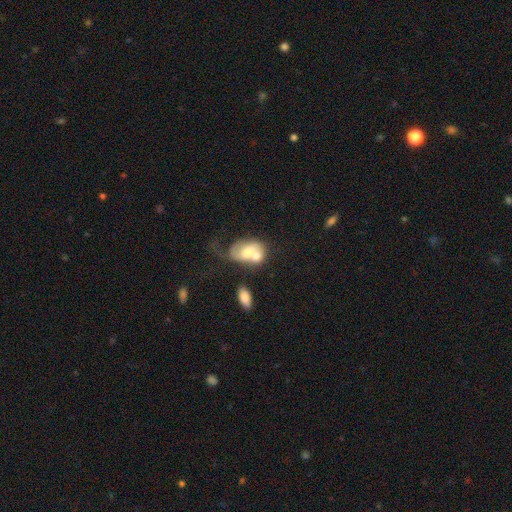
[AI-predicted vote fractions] Smooth or featured: smooth — 50% (featured or disk — 42%)
How rounded: in between — 77% (round — 21%)
Merging: merger — 59% (none — 15%)